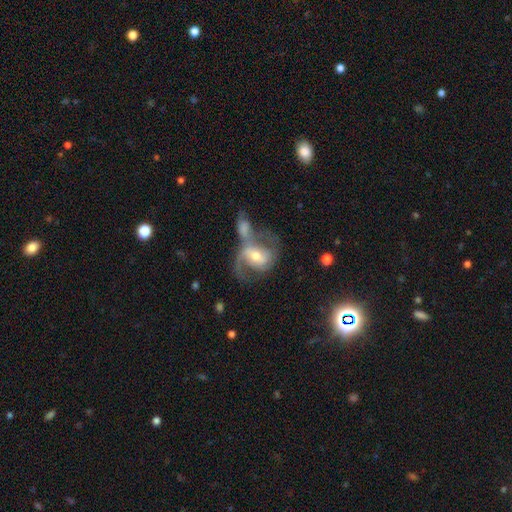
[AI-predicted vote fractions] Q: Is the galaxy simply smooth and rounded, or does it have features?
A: featured or disk — 73%.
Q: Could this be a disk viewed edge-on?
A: no — 96%.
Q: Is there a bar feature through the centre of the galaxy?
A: weak — 42%.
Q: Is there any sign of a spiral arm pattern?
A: yes — 87%.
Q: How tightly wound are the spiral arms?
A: medium — 45%.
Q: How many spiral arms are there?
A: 2 — 66%.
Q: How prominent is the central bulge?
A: moderate — 60%.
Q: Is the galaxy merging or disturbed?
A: merger — 47%.